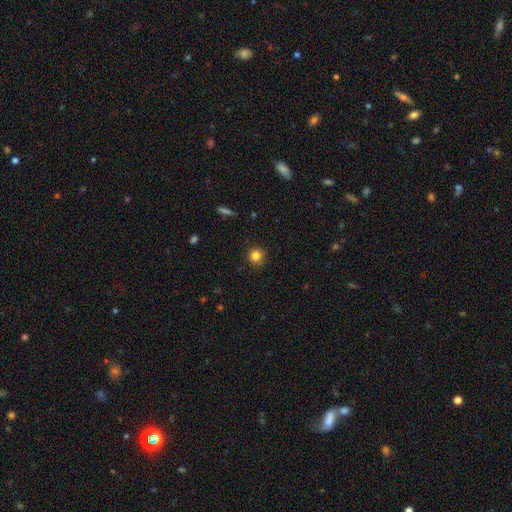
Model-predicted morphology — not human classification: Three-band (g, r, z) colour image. It shows a smooth galaxy with no disk features (82%) that is round (94%). Merging: none (90%).